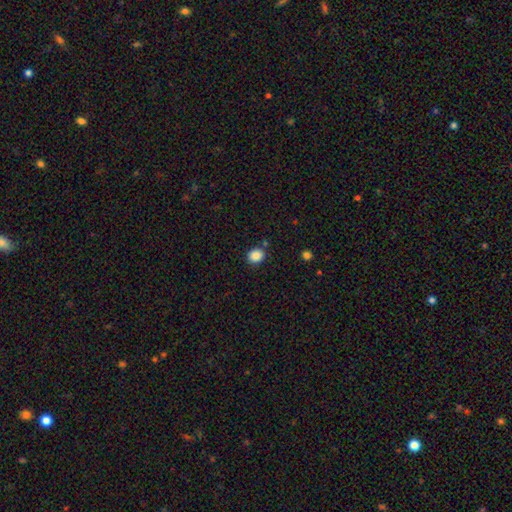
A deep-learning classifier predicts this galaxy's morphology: smooth-or-featured: smooth: 87% | star or artifact: 9% | featured or disk: 4%
  how-rounded: round: 64% | in between: 35% | cigar-shaped: 1%
  merging: none: 84% | minor disturbance: 9% | merger: 4% | major disturbance: 3%